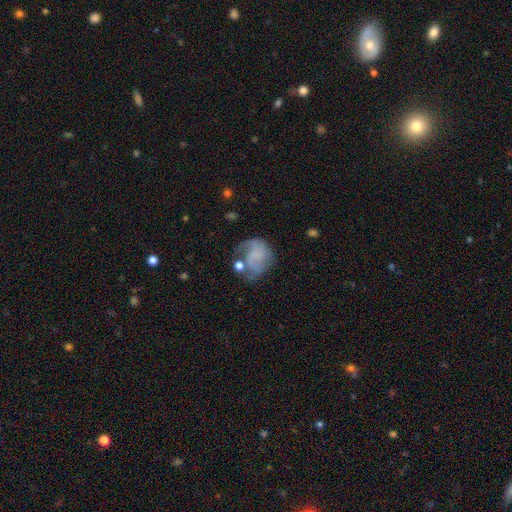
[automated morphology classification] A featured or disk galaxy (58%) with no bar (70%), spiral arms (76%) and no central bulge (65%). Merging: none (38%).